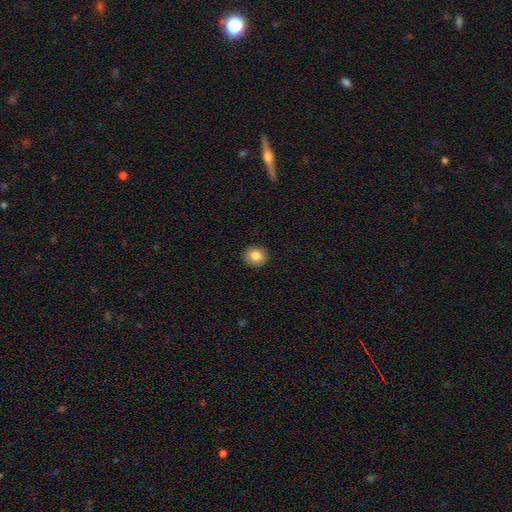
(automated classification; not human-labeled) Morphology: type=smooth (84%); roundness=round (78%); merging=none (90%).